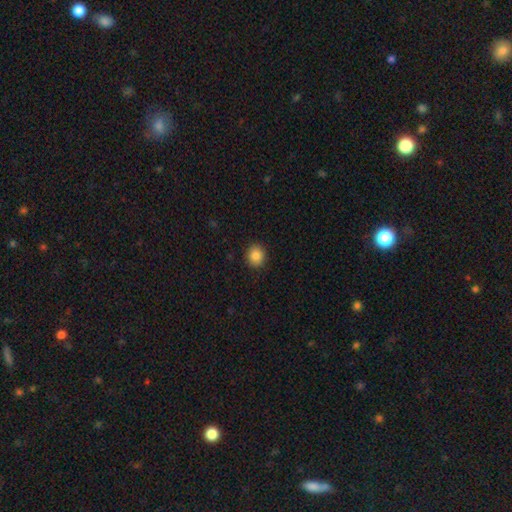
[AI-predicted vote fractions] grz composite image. It shows a smooth galaxy with no disk features (86%) that is round (78%). Merging: none (90%).